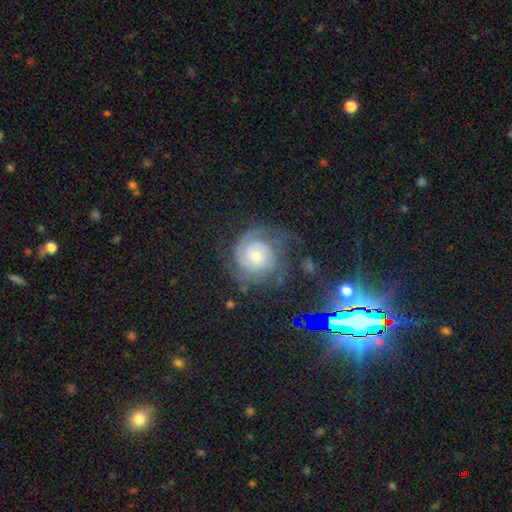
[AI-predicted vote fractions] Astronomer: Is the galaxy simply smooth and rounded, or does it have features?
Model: featured or disk — 81%.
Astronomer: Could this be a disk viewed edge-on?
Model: no — 98%.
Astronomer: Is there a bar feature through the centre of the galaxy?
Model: no — 73%.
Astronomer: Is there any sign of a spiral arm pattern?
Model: yes — 95%.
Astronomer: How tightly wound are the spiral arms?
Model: tight — 66%.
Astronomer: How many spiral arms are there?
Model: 2 — 36% (runner-up: can't tell, 27%).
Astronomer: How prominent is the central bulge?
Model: small — 47% (runner-up: moderate, 39%).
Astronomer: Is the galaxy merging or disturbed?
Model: none — 60%.